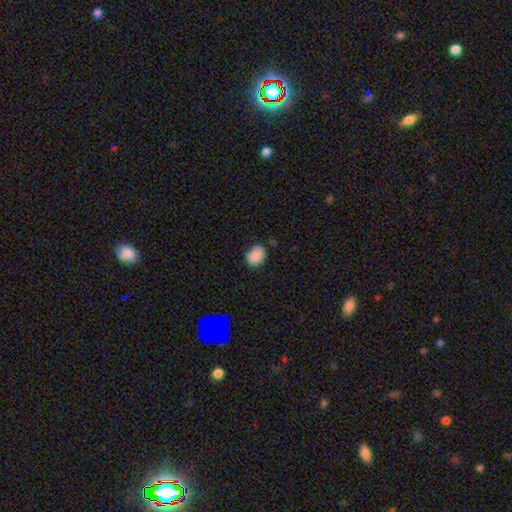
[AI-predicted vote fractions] Overall: smooth (85%). How rounded: in between (56%; round 43%). Merging: none (69%).